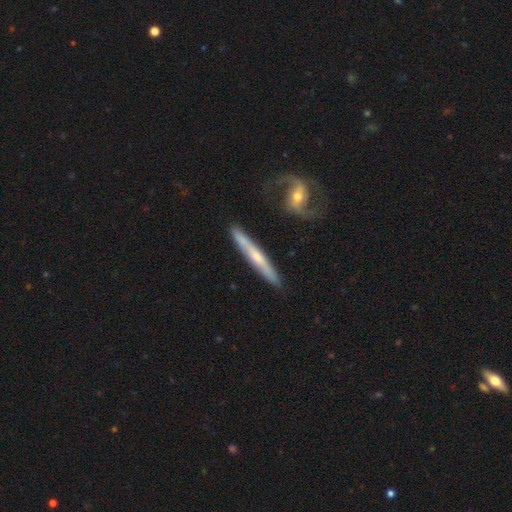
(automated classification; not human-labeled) Morphology: type=featured or disk (63%); edge-on=yes (88%); edge-on bulge=rounded (55%); merging=none (85%).